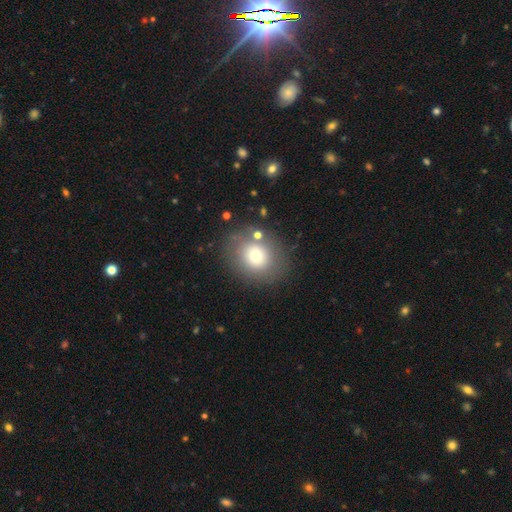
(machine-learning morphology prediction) Smooth or featured?
  - smooth: 72% *
  - featured or disk: 16%
  - star or artifact: 12%
How rounded?
  - round: 74% *
  - in between: 25%
  - cigar-shaped: 1%
Merging?
  - none: 80% *
  - minor disturbance: 10%
  - major disturbance: 5%
  - merger: 4%